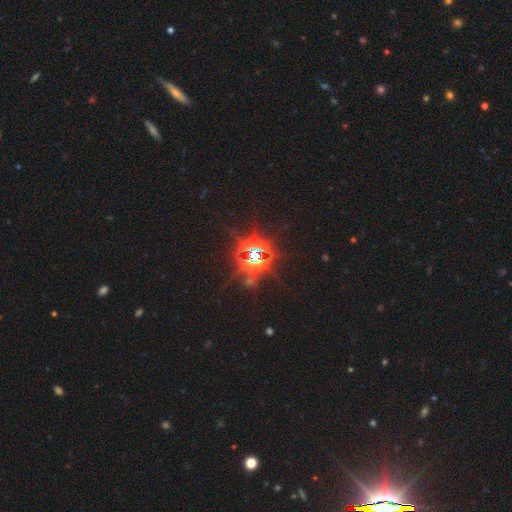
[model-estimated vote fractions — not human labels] smooth_or_featured: star or artifact (p=0.82) [alt: featured or disk p=0.09]